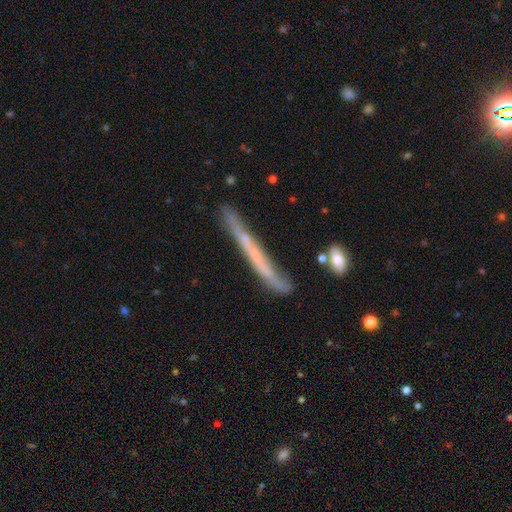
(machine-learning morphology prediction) smooth_or_featured: featured or disk (p=0.55) [alt: smooth p=0.37]
disk_edge_on: yes (p=0.90) [alt: no p=0.10]
merging: none (p=0.73) [alt: minor disturbance p=0.19]